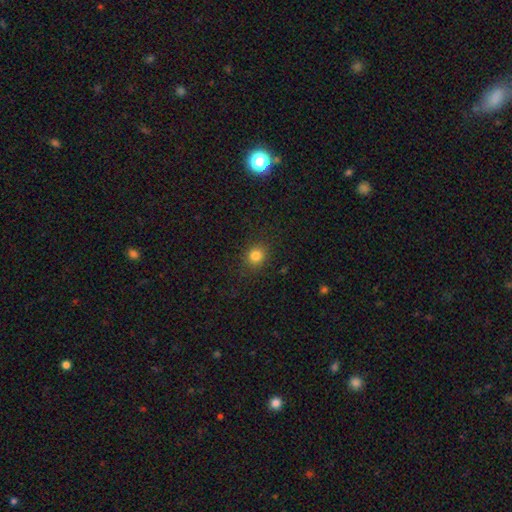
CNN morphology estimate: Smooth or featured: smooth — 82% (star or artifact — 13%)
How rounded: round — 76% (in between — 23%)
Merging: none — 88% (minor disturbance — 8%)